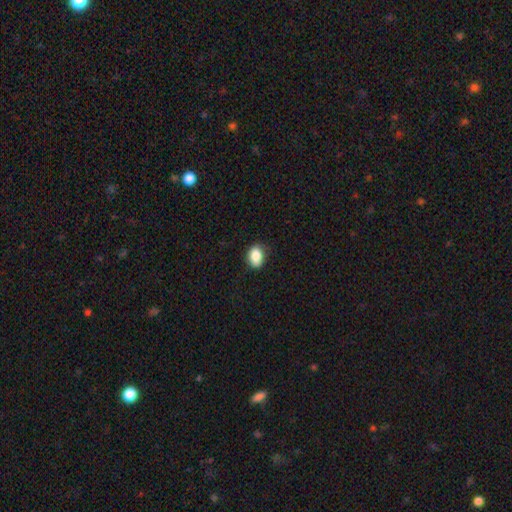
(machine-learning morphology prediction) The model was most divided on "how rounded": in between: 73%, round: 26%, cigar-shaped: 1%. More confident: smooth or featured — smooth (86%); merging — none (73%).